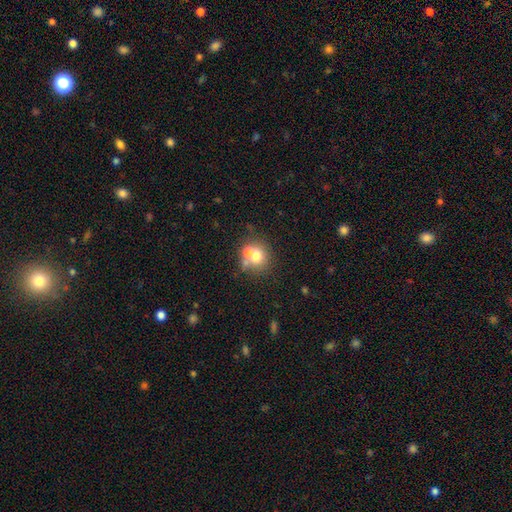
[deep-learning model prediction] This appears to be a smooth galaxy with no disk features (64%) that is round (80%). Merging: merger (44%).